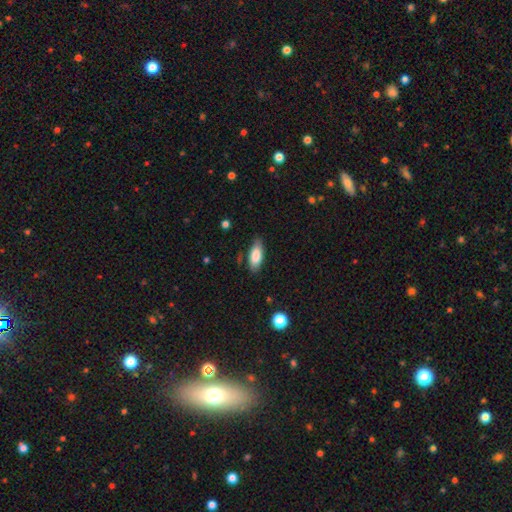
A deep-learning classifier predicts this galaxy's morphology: A smooth galaxy with no disk features (80%) that is in between round and cigar-shaped (81%).

Vote fractions:
- Smooth or featured? smooth: 80% / featured or disk: 13% / star or artifact: 6%
- How rounded? in between: 81% / cigar-shaped: 17% / round: 2%
- Merging? none: 81% / minor disturbance: 15% / major disturbance: 3% / merger: 2%